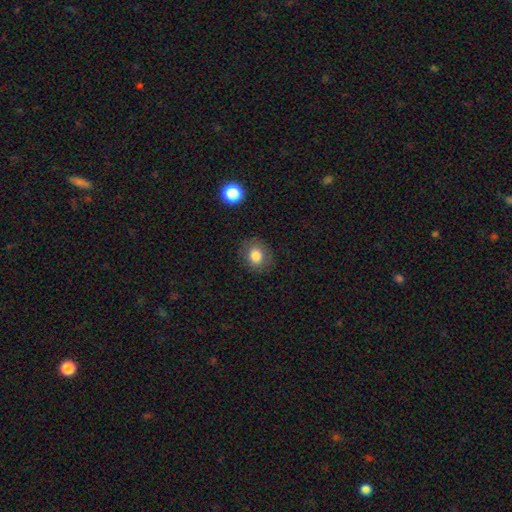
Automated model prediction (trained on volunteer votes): smooth-or-featured: smooth: 81% | star or artifact: 10% | featured or disk: 10%
  how-rounded: round: 66% | in between: 33% | cigar-shaped: 1%
  merging: none: 81% | minor disturbance: 13% | major disturbance: 5% | merger: 1%